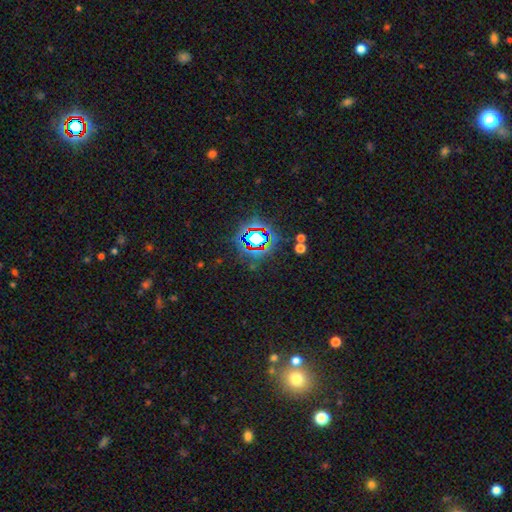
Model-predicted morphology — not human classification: Smooth or featured? Predicted: star or artifact (p=0.78).